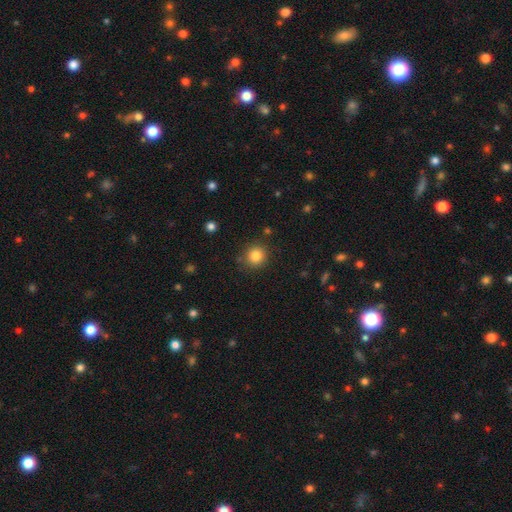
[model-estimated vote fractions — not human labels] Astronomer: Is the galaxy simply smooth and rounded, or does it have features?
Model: smooth — 84%.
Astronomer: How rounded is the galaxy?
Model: round — 91%.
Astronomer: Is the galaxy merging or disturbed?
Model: none — 86%.